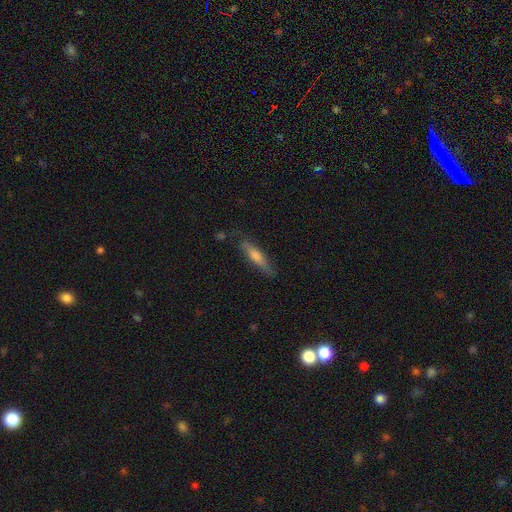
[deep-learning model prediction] Smooth or featured? featured or disk (49%)
Merging? none (82%)